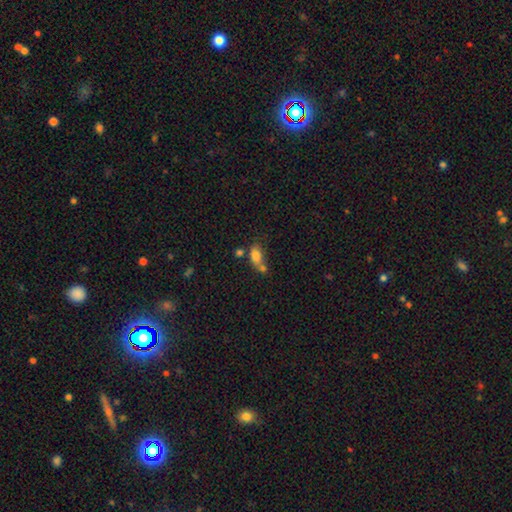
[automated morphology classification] A smooth galaxy with no disk features (78%) that is in between round and cigar-shaped (82%).

Vote fractions:
- Smooth or featured? smooth: 78% / featured or disk: 13% / star or artifact: 10%
- How rounded? in between: 82% / round: 12% / cigar-shaped: 6%
- Merging? merger: 41% / none: 34% / minor disturbance: 16% / major disturbance: 9%